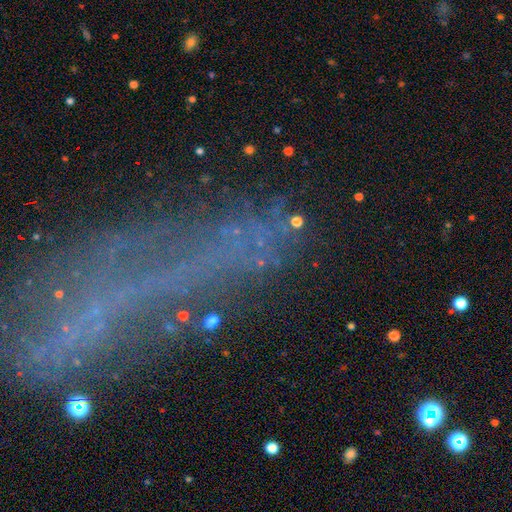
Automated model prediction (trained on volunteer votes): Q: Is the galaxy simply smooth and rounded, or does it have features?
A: star or artifact — 42%.